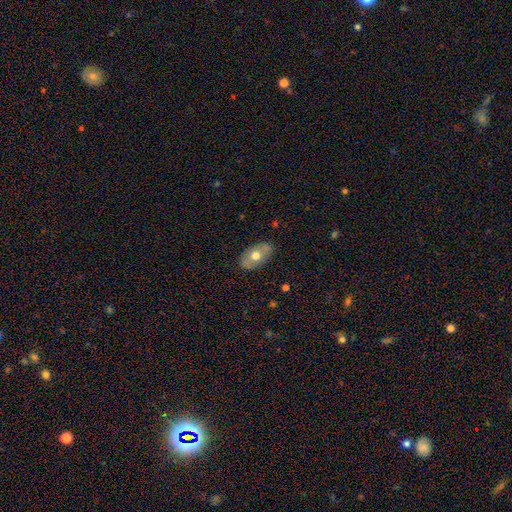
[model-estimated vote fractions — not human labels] Q: Smooth or featured?
A: smooth (59%); runner-up: featured or disk (35%)
Q: How rounded?
A: in between (90%); runner-up: round (9%)
Q: Merging?
A: none (82%); runner-up: minor disturbance (13%)